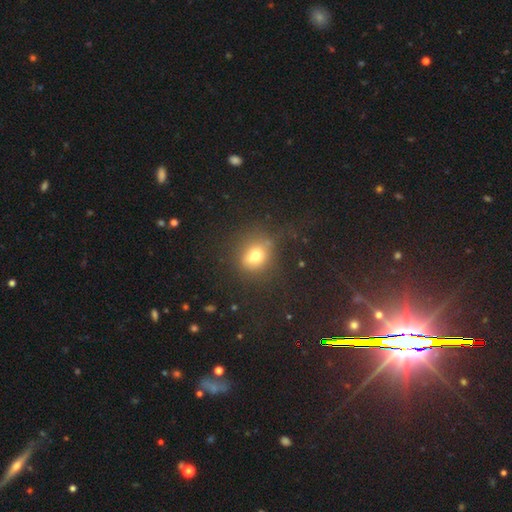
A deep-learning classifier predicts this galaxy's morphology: smooth 69%, star or artifact 17%, featured or disk 14%. Down the decision tree: how rounded — round (62%); merging — none (64%).